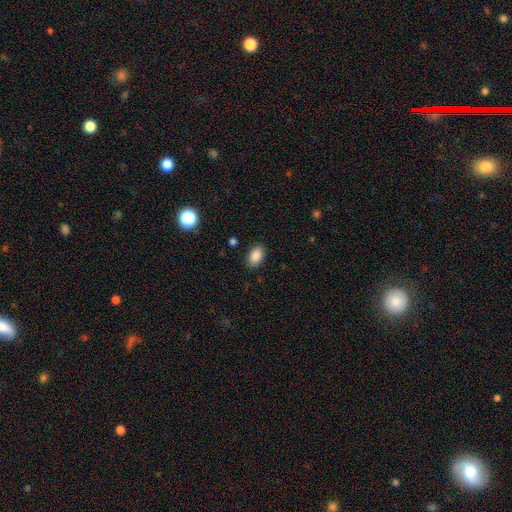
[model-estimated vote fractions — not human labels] A smooth galaxy with no disk features (88%) that is in between round and cigar-shaped (90%).

Vote fractions:
- Smooth or featured? smooth: 88% / star or artifact: 8% / featured or disk: 4%
- How rounded? in between: 90% / round: 9% / cigar-shaped: 1%
- Merging? none: 87% / minor disturbance: 9% / major disturbance: 3% / merger: 1%